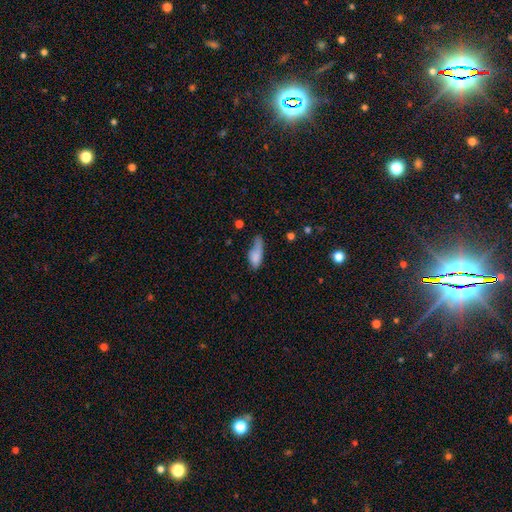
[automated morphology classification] smooth-or-featured: smooth: 78% | featured or disk: 14% | star or artifact: 9%
  how-rounded: in between: 70% | cigar-shaped: 26% | round: 4%
  merging: minor disturbance: 37% | major disturbance: 29% | none: 27% | merger: 7%